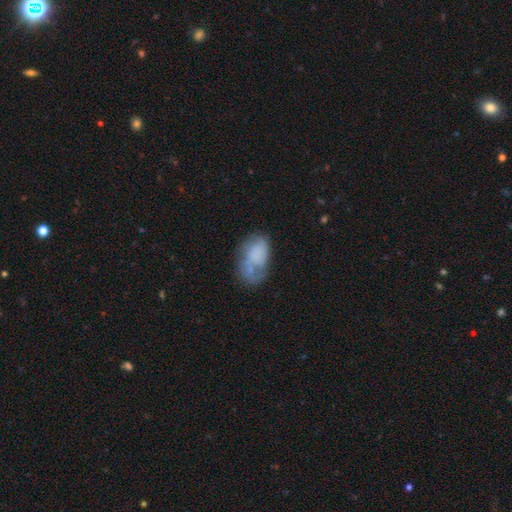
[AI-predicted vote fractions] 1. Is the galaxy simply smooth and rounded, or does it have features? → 57% smooth, 34% featured or disk, 9% star or artifact.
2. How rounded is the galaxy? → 88% in between, 11% round, 1% cigar-shaped.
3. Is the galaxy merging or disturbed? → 31% none, 25% major disturbance, 25% minor disturbance, 19% merger.